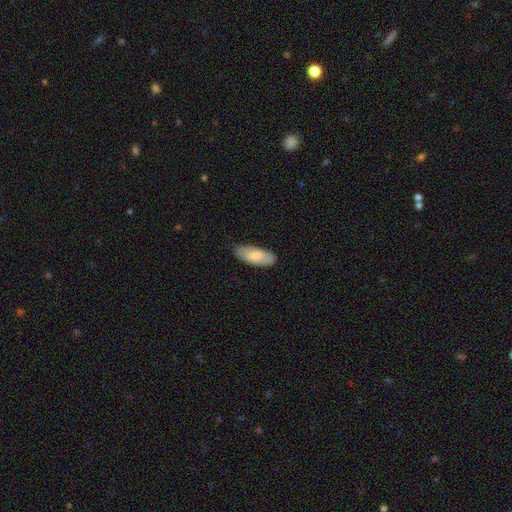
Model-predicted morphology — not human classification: smooth_or_featured: smooth (p=0.69) [alt: featured or disk p=0.26]
how_rounded: in between (p=0.85) [alt: cigar-shaped p=0.13]
merging: none (p=0.83) [alt: minor disturbance p=0.14]